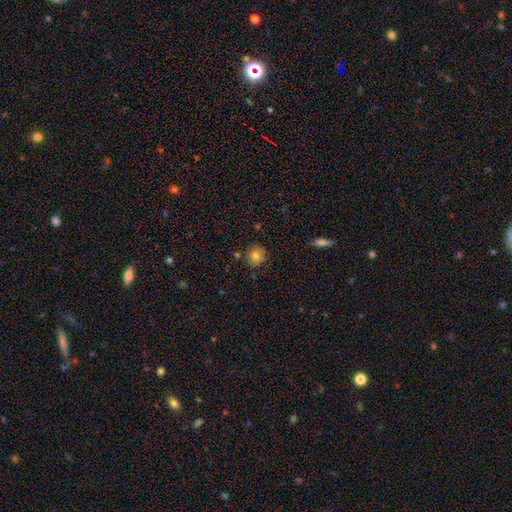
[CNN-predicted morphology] This appears to be a smooth galaxy with no disk features (81%) that is round (87%). Merging: none (80%).